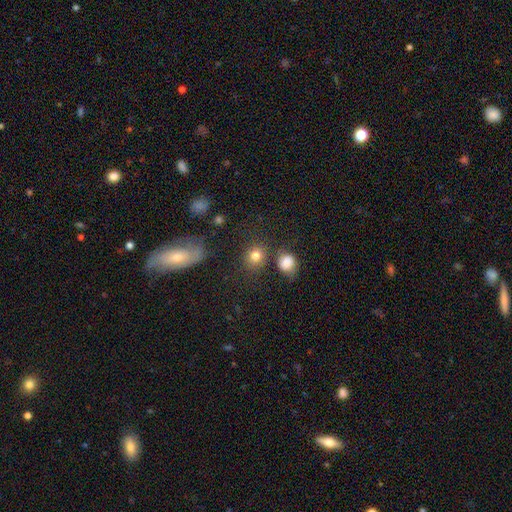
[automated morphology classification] Smooth or featured: smooth — 81% (star or artifact — 12%)
How rounded: round — 76% (in between — 23%)
Merging: none — 73% (minor disturbance — 11%)